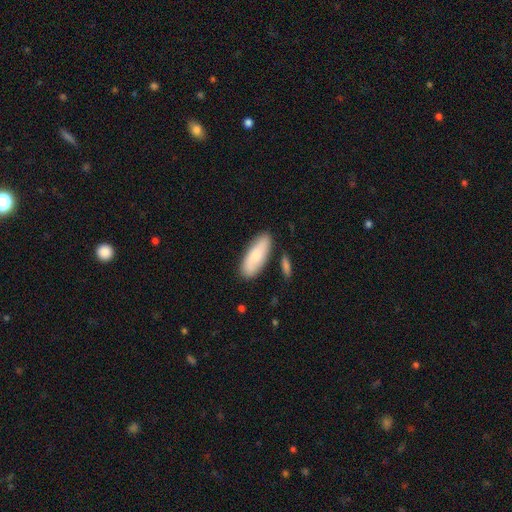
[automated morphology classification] A smooth galaxy with no disk features (78%) that is in between round and cigar-shaped (71%). Merging: none (79%).